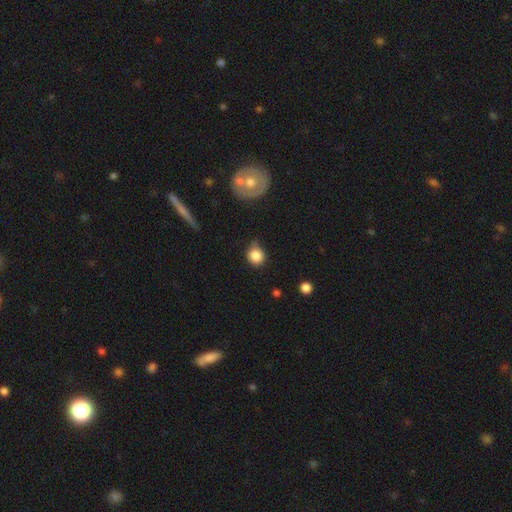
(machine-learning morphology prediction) The model was most divided on "merging": none: 59%, minor disturbance: 30%, major disturbance: 7%, merger: 4%. More confident: smooth or featured — smooth (84%); how rounded — round (80%).